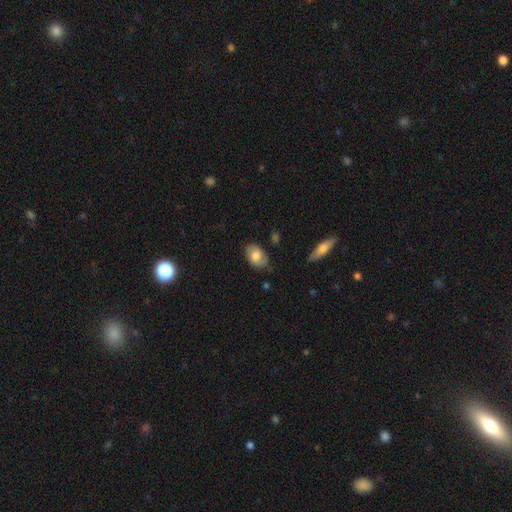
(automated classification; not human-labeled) A smooth galaxy with no disk features (70%) that is in between round and cigar-shaped (86%). Merging: none (76%).